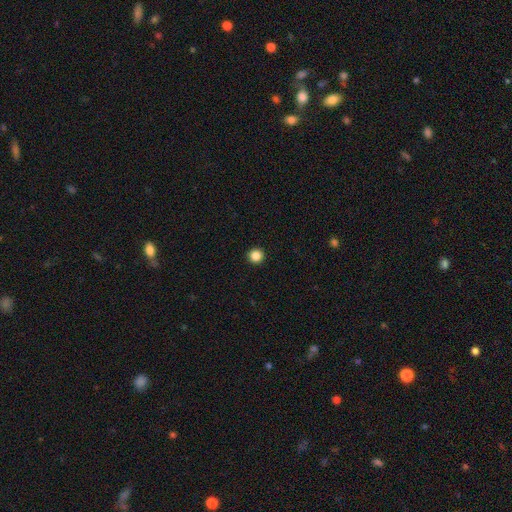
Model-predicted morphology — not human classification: A smooth galaxy with no disk features (86%) that is round (96%). Merging: none (94%).